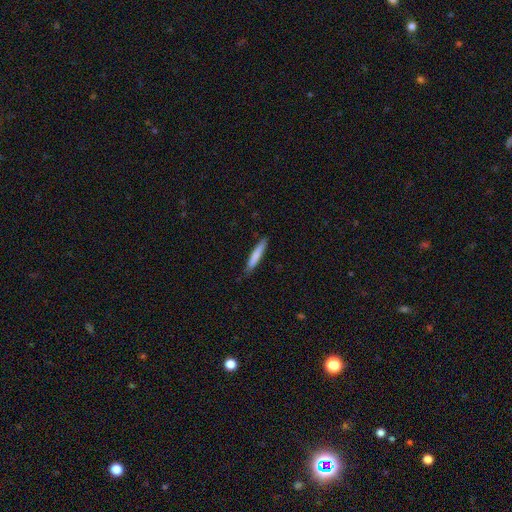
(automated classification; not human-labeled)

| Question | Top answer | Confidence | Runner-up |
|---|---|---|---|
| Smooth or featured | smooth | 77% | featured or disk (17%) |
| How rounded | cigar-shaped | 93% | in between (6%) |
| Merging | none | 85% | minor disturbance (12%) |